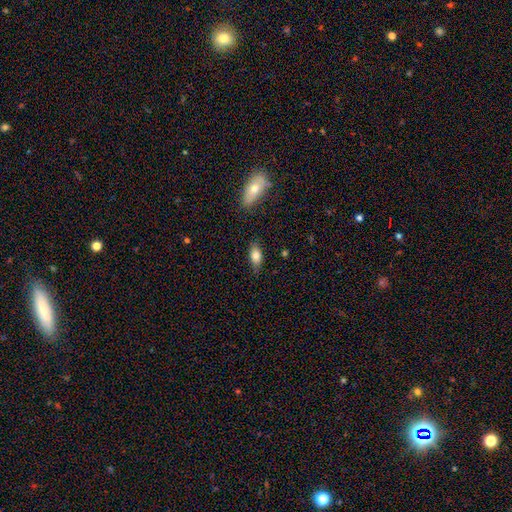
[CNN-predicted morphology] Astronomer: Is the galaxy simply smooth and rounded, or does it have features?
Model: smooth — 78%.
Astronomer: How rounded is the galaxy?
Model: in between — 85%.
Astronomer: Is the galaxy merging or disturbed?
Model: none — 76%.